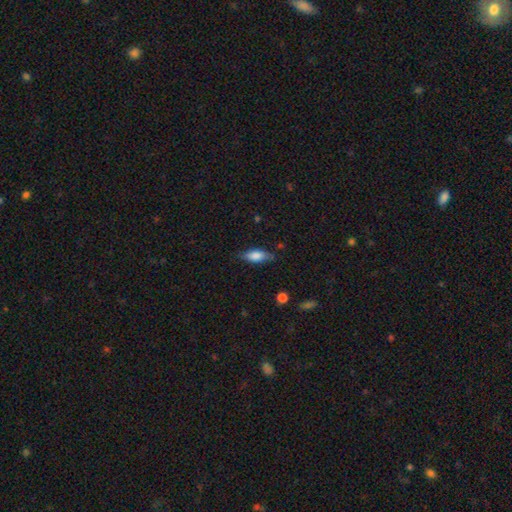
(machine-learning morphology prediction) smooth 75%, featured or disk 18%, star or artifact 7%. Down the decision tree: how rounded — in between (72%); merging — none (74%).